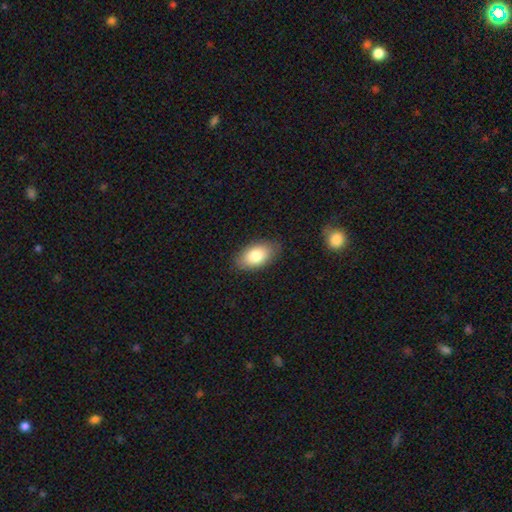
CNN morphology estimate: smooth 83%, featured or disk 11%, star or artifact 7%. Down the decision tree: how rounded — in between (93%); merging — none (85%).